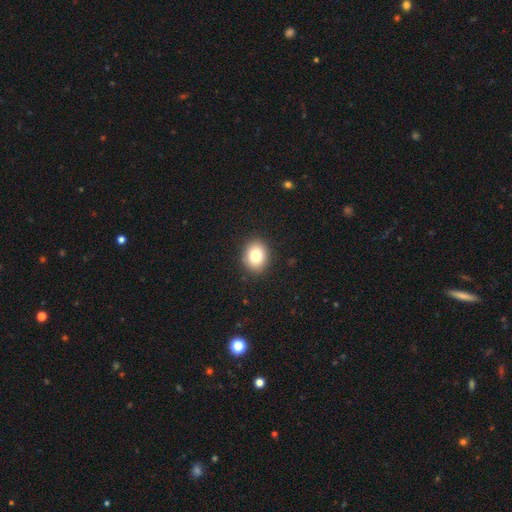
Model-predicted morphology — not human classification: Q: Smooth or featured?
A: smooth (81%); runner-up: star or artifact (10%)
Q: How rounded?
A: round (55%); runner-up: in between (44%)
Q: Merging?
A: none (90%); runner-up: minor disturbance (7%)